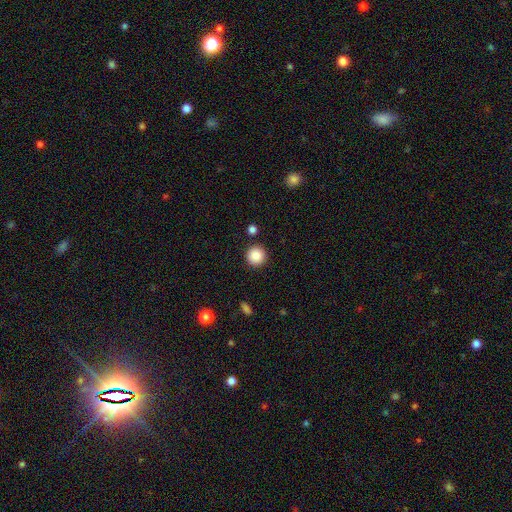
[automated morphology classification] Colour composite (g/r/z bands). It shows a smooth galaxy with no disk features (88%) that is round (95%). Merging: none (91%).